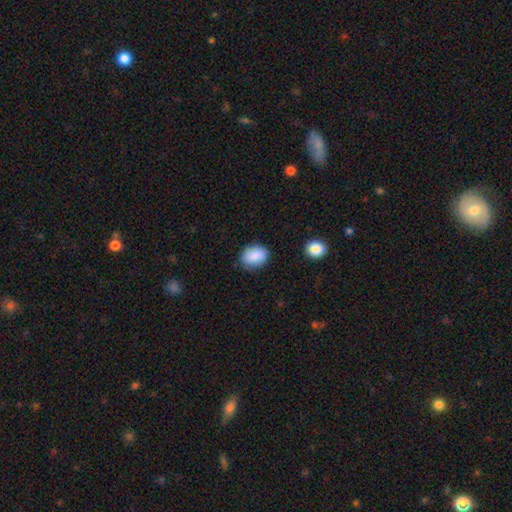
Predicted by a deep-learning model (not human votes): A smooth galaxy with no disk features (87%) that is in between round and cigar-shaped (74%). Merging: none (80%).